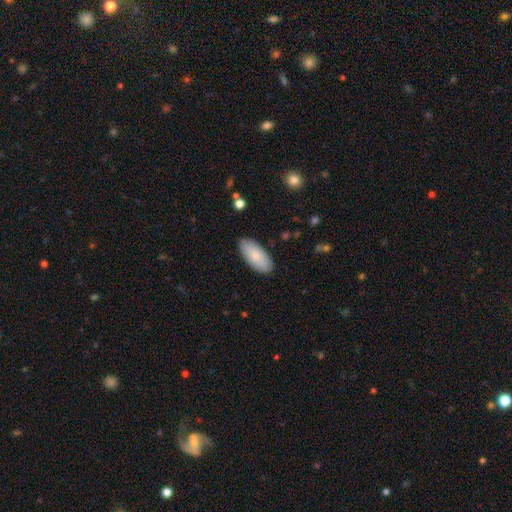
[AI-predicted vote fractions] Overall: smooth (82%). How rounded: in between (91%). Merging: none (87%).